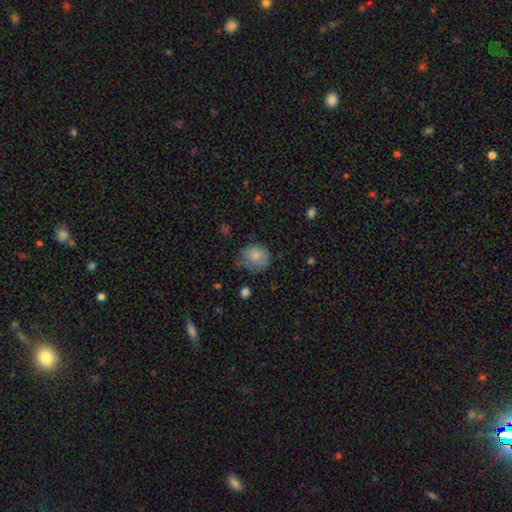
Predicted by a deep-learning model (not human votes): The model was most divided on "merging": none: 62%, minor disturbance: 28%, major disturbance: 8%, merger: 2%. More confident: smooth or featured — smooth (81%); how rounded — round (78%).